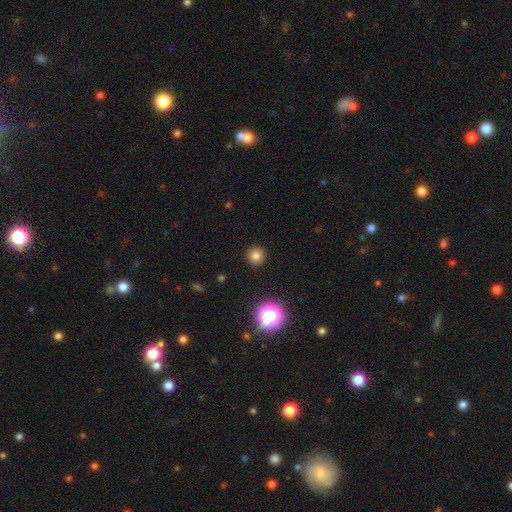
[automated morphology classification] A smooth galaxy with no disk features (79%) that is round (95%).

Vote fractions:
- Smooth or featured? smooth: 79% / star or artifact: 15% / featured or disk: 5%
- How rounded? round: 95% / in between: 4% / cigar-shaped: 1%
- Merging? none: 92% / minor disturbance: 5% / major disturbance: 2% / merger: 1%